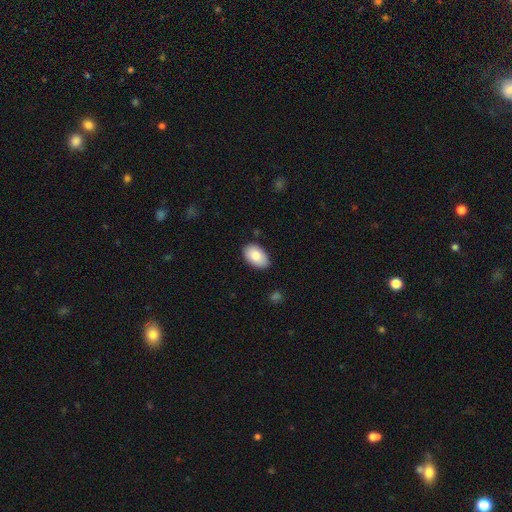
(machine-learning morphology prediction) The model was most divided on "smooth or featured": smooth: 82%, featured or disk: 11%, star or artifact: 7%. More confident: how rounded — in between (92%); merging — none (84%).